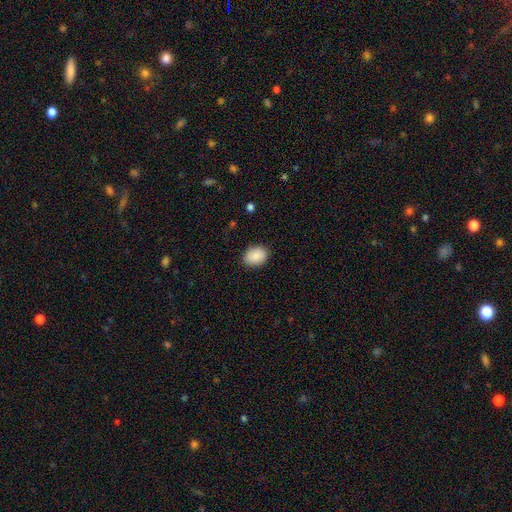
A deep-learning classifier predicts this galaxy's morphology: type=smooth (89%); roundness=in between (68%); merging=none (87%).